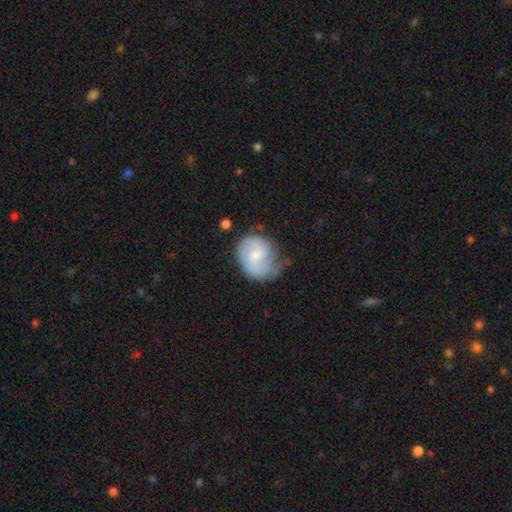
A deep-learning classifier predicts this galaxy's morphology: Smooth or featured?
  - featured or disk: 56% *
  - smooth: 37%
  - star or artifact: 6%
Edge-on disk?
  - no: 98% *
  - yes: 2%
Bar?
  - weak: 48% *
  - no: 44%
  - strong: 8%
Spiral arms?
  - yes: 84% *
  - no: 16%
Bulge size?
  - small: 47% *
  - moderate: 41%
  - none: 7%
  - large: 3%
  - dominant: 1%
Merging?
  - none: 45% *
  - minor disturbance: 33%
  - major disturbance: 19%
  - merger: 3%